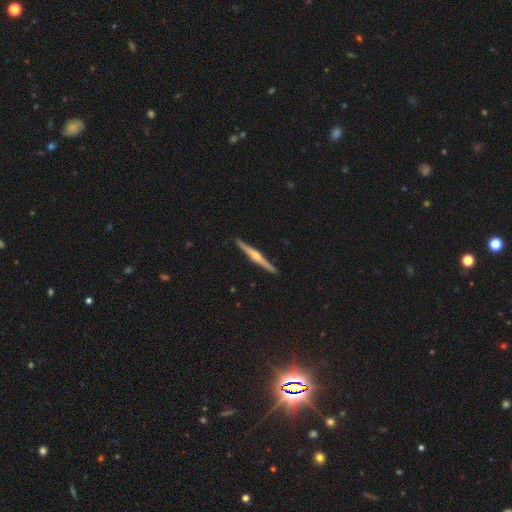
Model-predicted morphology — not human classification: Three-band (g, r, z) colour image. It shows a featured or disk galaxy (80%) viewed edge-on (99%) with a rounded central bulge (88%). Merging: none (92%).